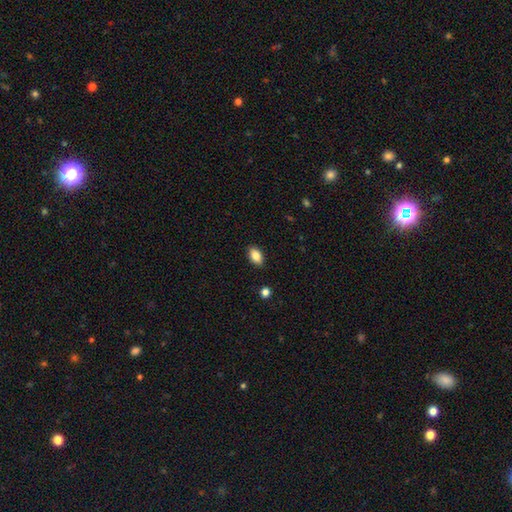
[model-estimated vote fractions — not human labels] Smooth or featured? smooth (84%)
How rounded? in between (91%)
Merging? none (89%)